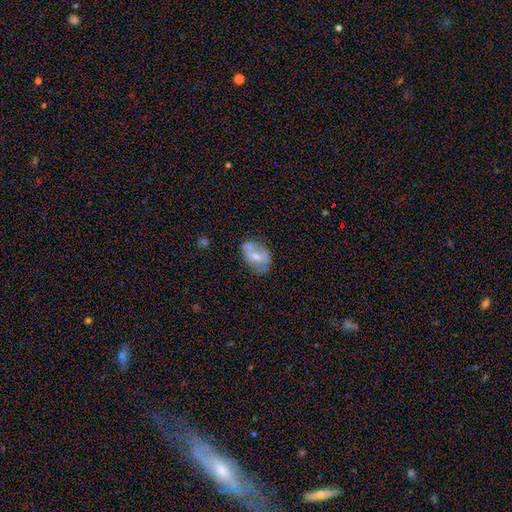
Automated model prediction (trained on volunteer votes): This is possibly a featured or disk galaxy (48%). Merging: possibly none (50%).